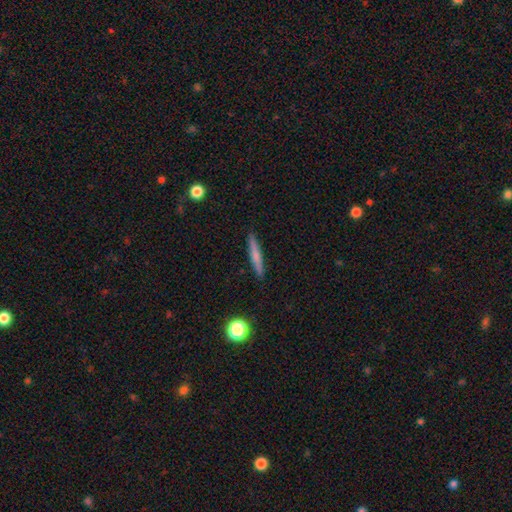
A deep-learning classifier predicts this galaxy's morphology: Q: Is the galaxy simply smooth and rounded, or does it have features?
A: smooth — 63%.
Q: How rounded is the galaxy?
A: cigar-shaped — 93%.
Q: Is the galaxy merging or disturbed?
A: none — 91%.